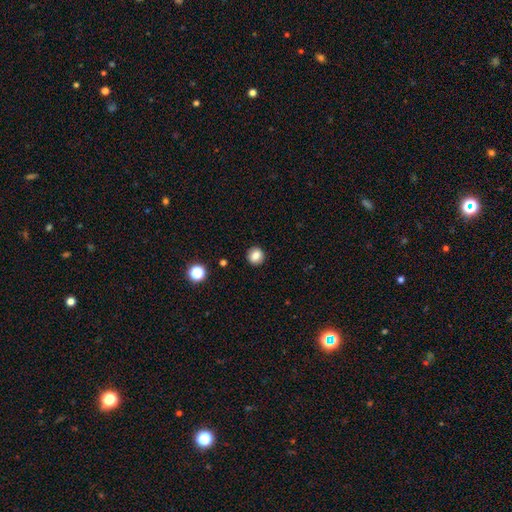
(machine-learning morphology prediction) Smooth or featured? Predicted: smooth (p=0.82). How rounded? Predicted: round (p=0.86). Merging? Predicted: none (p=0.91).